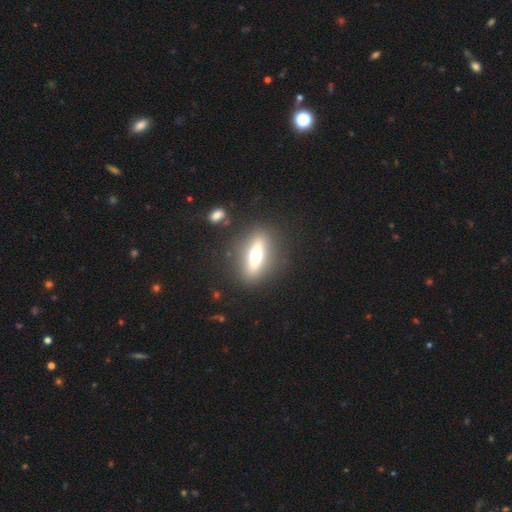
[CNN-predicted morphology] Smooth or featured: featured or disk — 49% (smooth — 41%)
Merging: none — 84% (minor disturbance — 8%)